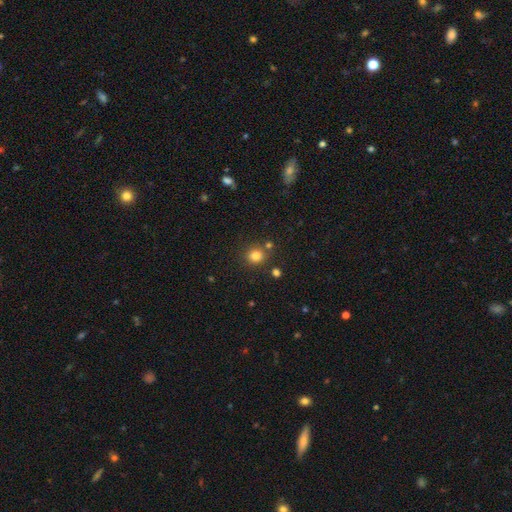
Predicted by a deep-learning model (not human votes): This is clearly a smooth galaxy (82%). How rounded: clearly round (84%). Merging: likely none (79%).